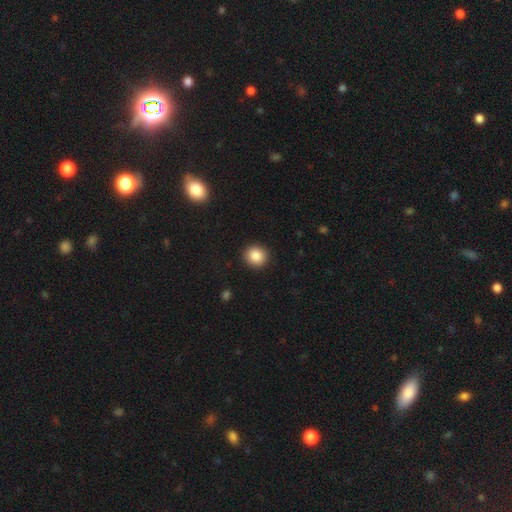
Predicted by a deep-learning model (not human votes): A smooth galaxy with no disk features (86%) that is round (89%).

Vote fractions:
- Smooth or featured? smooth: 86% / star or artifact: 9% / featured or disk: 4%
- How rounded? round: 89% / in between: 10% / cigar-shaped: 1%
- Merging? none: 91% / minor disturbance: 6% / major disturbance: 2% / merger: 1%